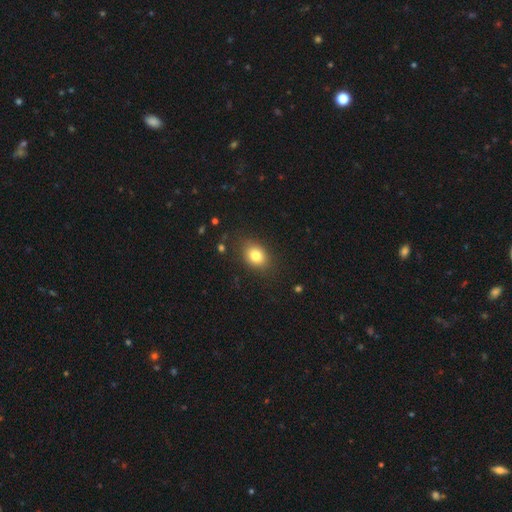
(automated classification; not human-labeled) Smooth or featured? Predicted: smooth (p=0.80). How rounded? Predicted: in between (p=0.58). Merging? Predicted: none (p=0.83).